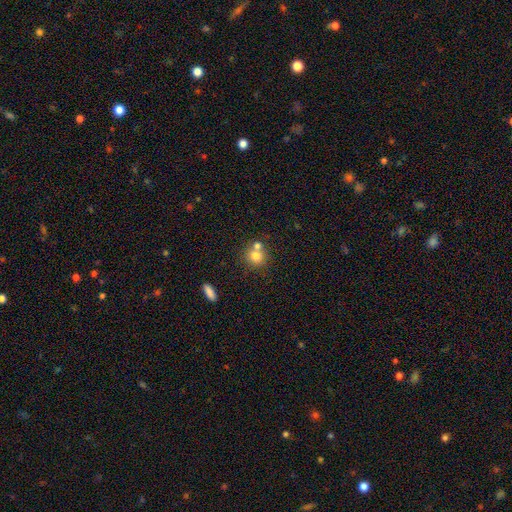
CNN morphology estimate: Overall: smooth (75%). How rounded: round (84%). Merging: none (50%; merger 39%).